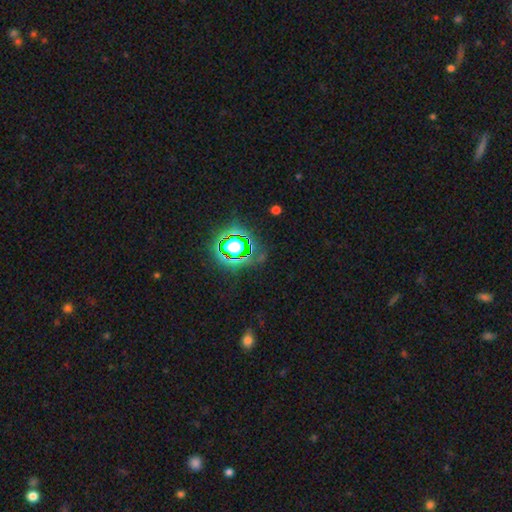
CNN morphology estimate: Smooth or featured? Predicted: star or artifact (p=0.79).